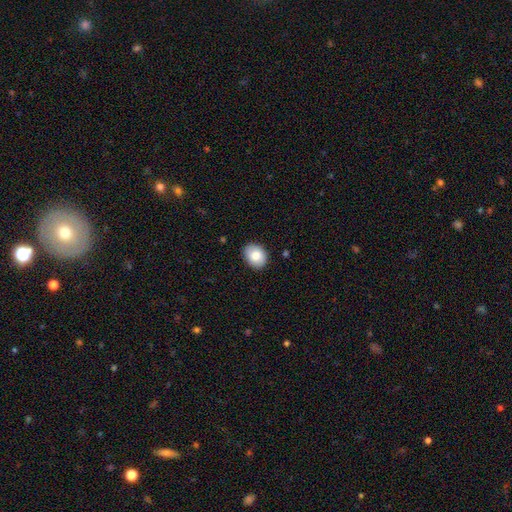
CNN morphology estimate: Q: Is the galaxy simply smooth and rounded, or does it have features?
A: smooth — 82%.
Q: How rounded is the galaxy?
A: in between — 54%.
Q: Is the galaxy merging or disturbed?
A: none — 88%.